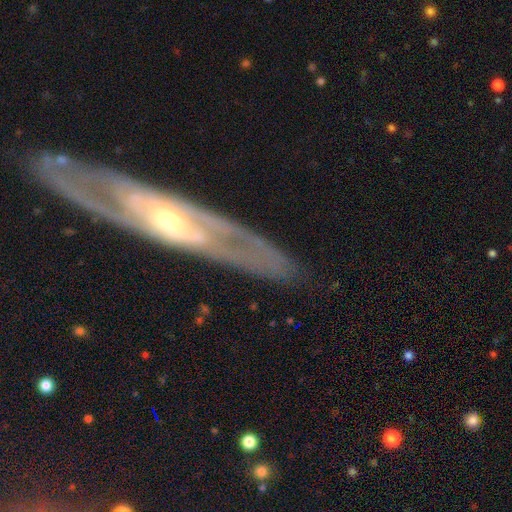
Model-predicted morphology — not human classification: Overall: featured or disk (80%). Edge-on disk: no (62%; yes 38%). Merging: none (80%).